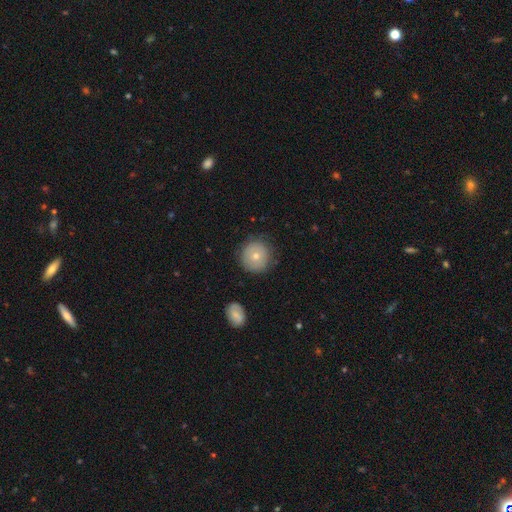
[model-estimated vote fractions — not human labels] Overall: smooth (71%). How rounded: round (94%). Merging: none (83%).